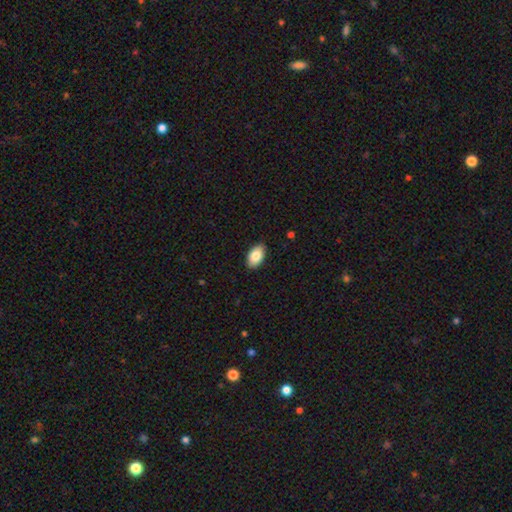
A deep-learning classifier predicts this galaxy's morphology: This is clearly a smooth galaxy (85%). How rounded: clearly in between (94%). Merging: clearly none (88%).